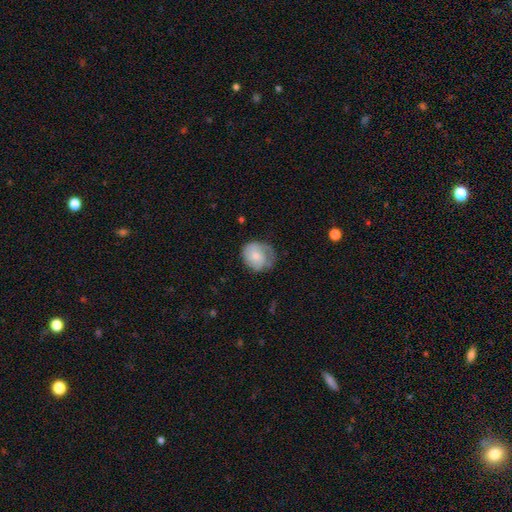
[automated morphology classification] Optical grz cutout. It shows a smooth galaxy with no disk features (58%) that is round (68%). Merging: none (50%).